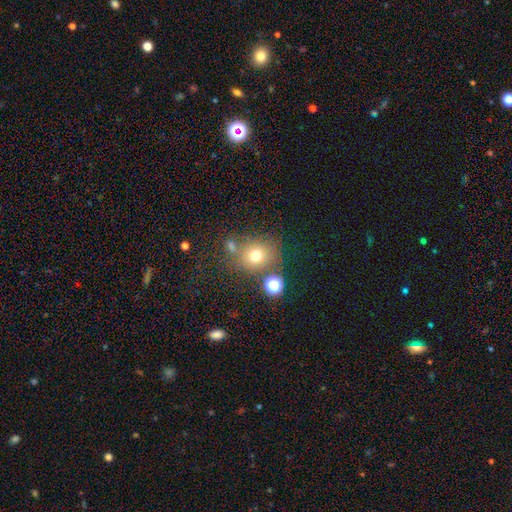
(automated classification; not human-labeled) This is likely a smooth galaxy (71%). How rounded: likely round (79%). Merging: likely none (69%).